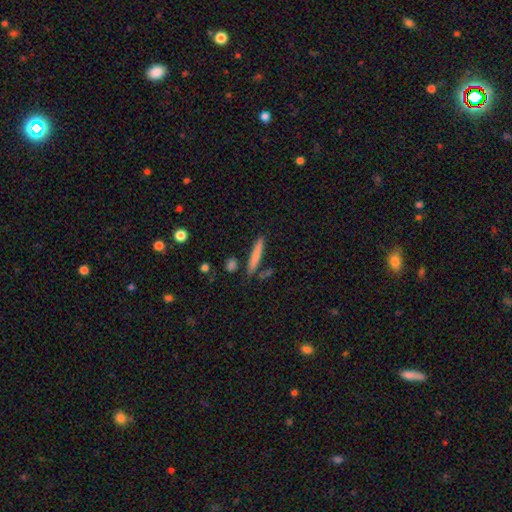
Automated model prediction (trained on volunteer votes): Smooth or featured? Predicted: smooth (p=0.73). How rounded? Predicted: cigar-shaped (p=0.93). Merging? Predicted: none (p=0.81).